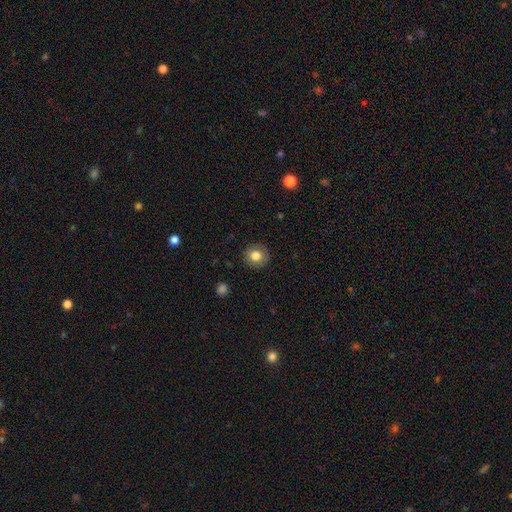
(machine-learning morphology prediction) This is clearly a smooth galaxy (81%). How rounded: clearly round (90%). Merging: clearly none (89%).